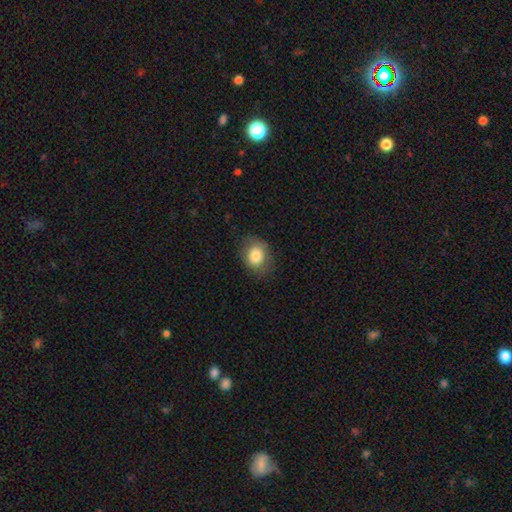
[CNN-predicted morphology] Q: Smooth or featured?
A: smooth (81%); runner-up: featured or disk (11%)
Q: How rounded?
A: round (53%); runner-up: in between (46%)
Q: Merging?
A: none (78%); runner-up: minor disturbance (16%)